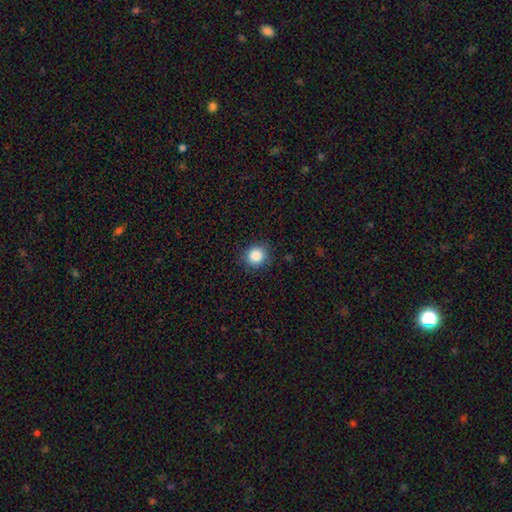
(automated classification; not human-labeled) Smooth or featured? smooth (86%)
How rounded? round (90%)
Merging? none (88%)